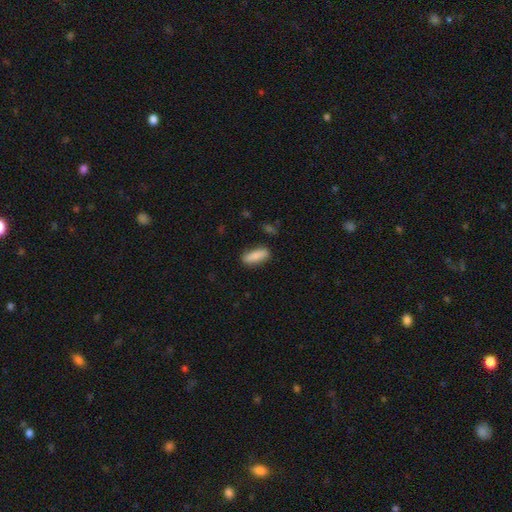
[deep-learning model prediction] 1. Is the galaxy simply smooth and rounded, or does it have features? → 85% smooth, 8% featured or disk, 6% star or artifact.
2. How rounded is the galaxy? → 62% in between, 35% cigar-shaped, 2% round.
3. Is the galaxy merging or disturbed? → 83% none, 13% minor disturbance, 3% major disturbance, 2% merger.